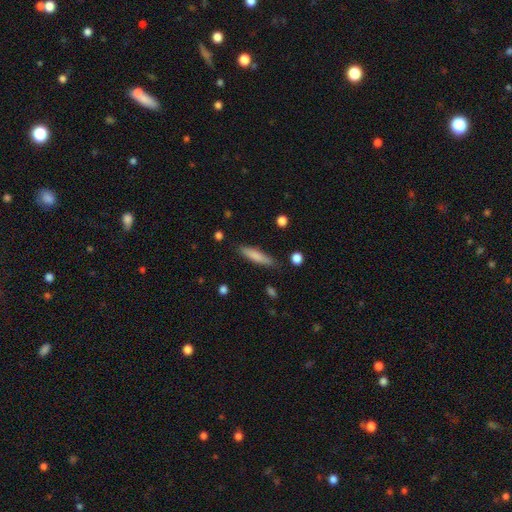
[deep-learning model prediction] A smooth galaxy with no disk features (78%) that is cigar-shaped (82%).

Vote fractions:
- Smooth or featured? smooth: 78% / featured or disk: 16% / star or artifact: 6%
- How rounded? cigar-shaped: 82% / in between: 16% / round: 2%
- Merging? none: 84% / minor disturbance: 12% / major disturbance: 2% / merger: 2%